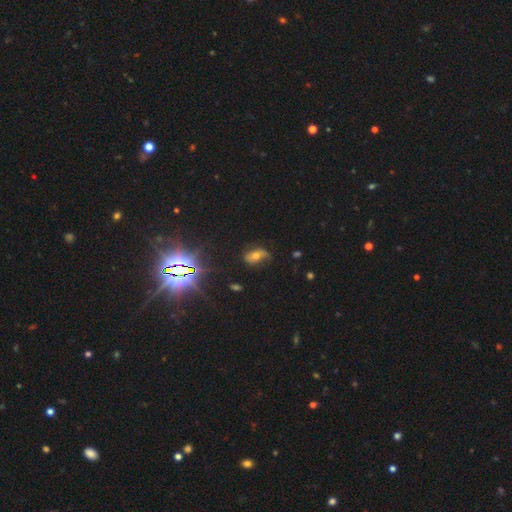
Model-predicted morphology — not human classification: The model was most divided on "smooth or featured": smooth: 46%, star or artifact: 28%, featured or disk: 26%. More confident: merging — none (67%).